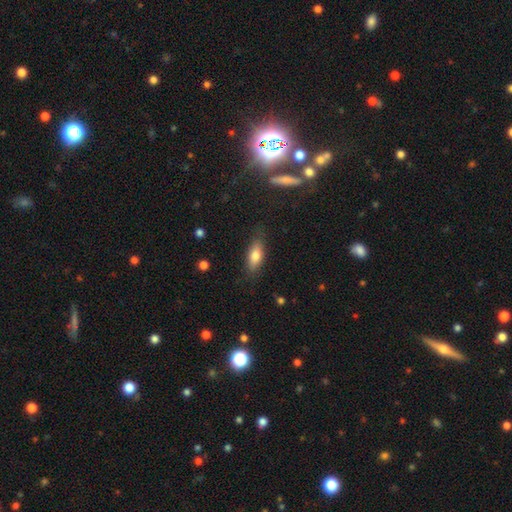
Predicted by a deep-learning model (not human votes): Q: Smooth or featured?
A: smooth (75%); runner-up: featured or disk (18%)
Q: How rounded?
A: in between (74%); runner-up: cigar-shaped (23%)
Q: Merging?
A: none (79%); runner-up: minor disturbance (16%)